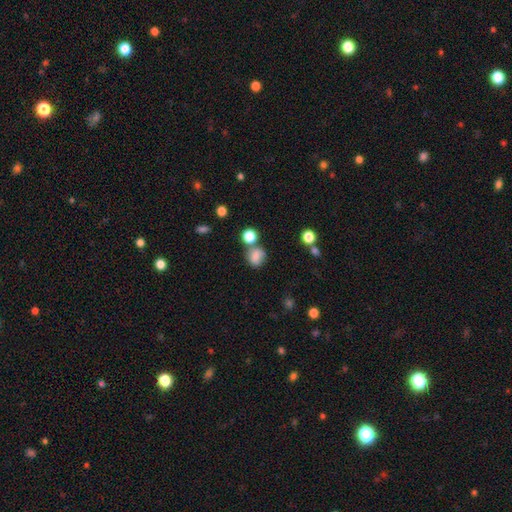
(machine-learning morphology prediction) Overall: smooth (78%). How rounded: round (65%; in between 34%). Merging: none (57%; merger 19%).